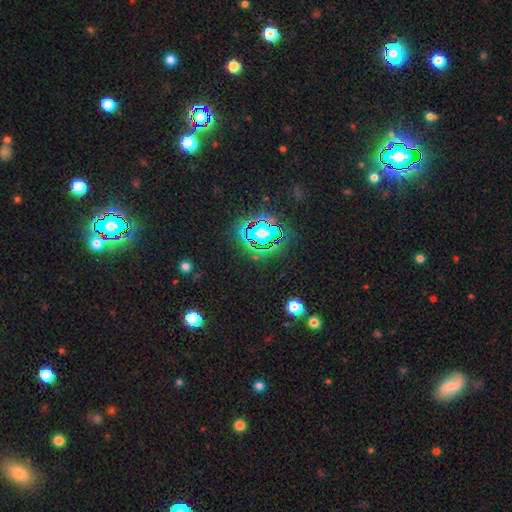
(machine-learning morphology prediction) Smooth or featured? Predicted: star or artifact (p=0.73).